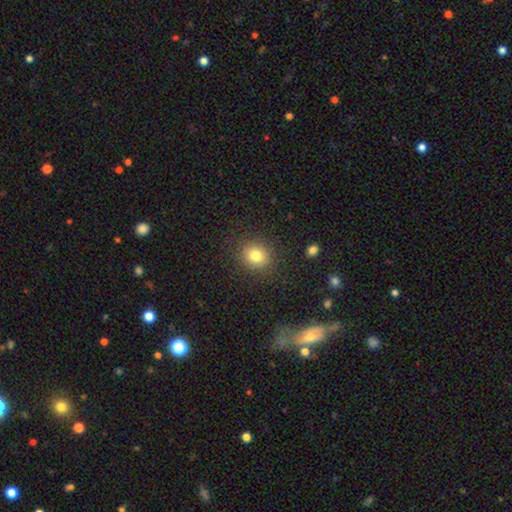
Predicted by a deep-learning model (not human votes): Smooth or featured? Predicted: smooth (p=0.80). How rounded? Predicted: round (p=0.76). Merging? Predicted: none (p=0.88).